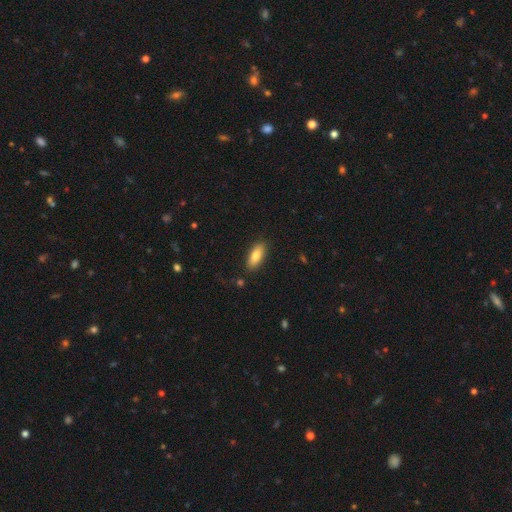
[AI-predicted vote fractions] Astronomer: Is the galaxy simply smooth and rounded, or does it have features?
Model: smooth — 80%.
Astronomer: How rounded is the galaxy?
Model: in between — 79%.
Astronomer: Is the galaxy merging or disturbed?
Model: none — 87%.